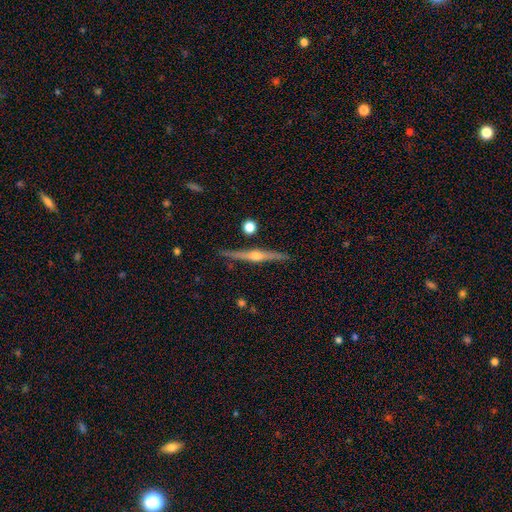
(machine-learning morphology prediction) smooth-or-featured: featured or disk: 84% | smooth: 10% | star or artifact: 6%
  disk-edge-on: yes: 98% | no: 2%
    edge-on-bulge: rounded: 93% | none: 4% | boxy: 3%
  merging: none: 90% | minor disturbance: 7% | merger: 2% | major disturbance: 1%